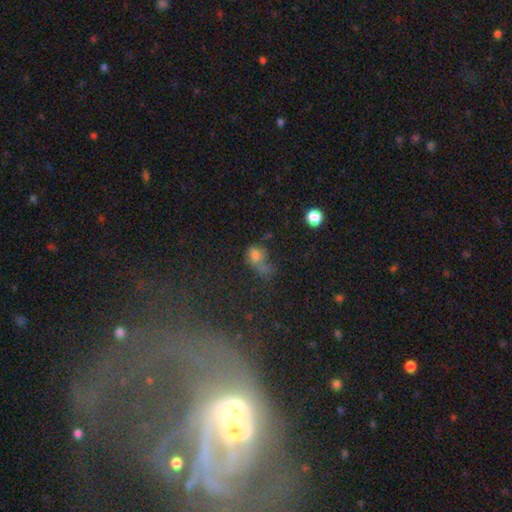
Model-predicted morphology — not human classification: The model was most divided on "merging": major disturbance: 31%, none: 28%, minor disturbance: 21%, merger: 20%. More confident: how rounded — in between (60%); smooth or featured — smooth (59%).